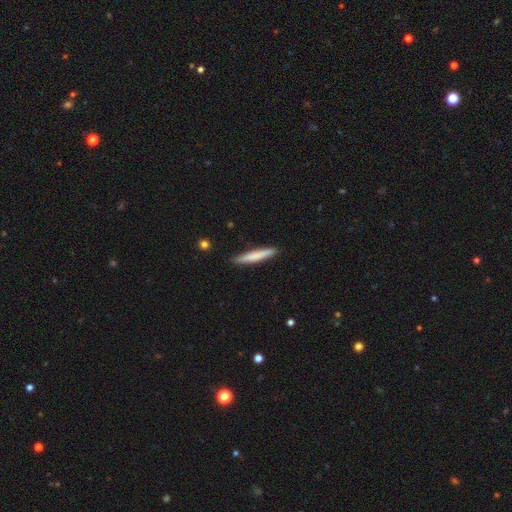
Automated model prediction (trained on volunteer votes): The model was most divided on "smooth or featured": smooth: 71%, featured or disk: 24%, star or artifact: 5%. More confident: how rounded — cigar-shaped (95%); merging — none (90%).